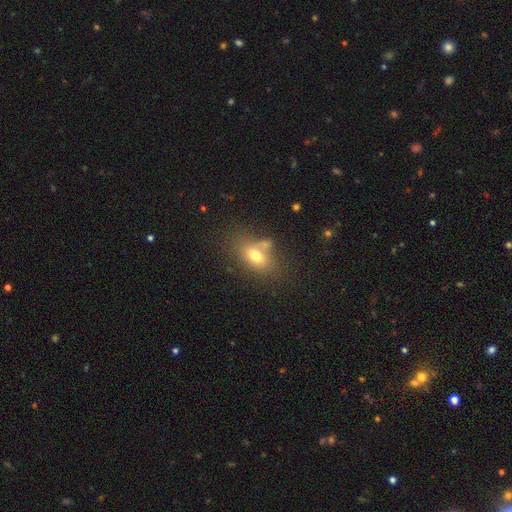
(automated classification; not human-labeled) A smooth galaxy with no disk features (71%) that is in between round and cigar-shaped (80%).

Vote fractions:
- Smooth or featured? smooth: 71% / featured or disk: 17% / star or artifact: 12%
- How rounded? in between: 80% / round: 17% / cigar-shaped: 3%
- Merging? none: 55% / minor disturbance: 18% / merger: 18% / major disturbance: 9%